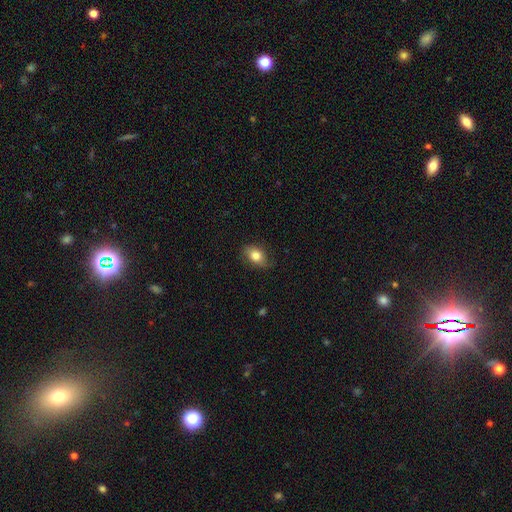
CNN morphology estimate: Smooth or featured? smooth (75%)
How rounded? in between (81%)
Merging? none (74%)